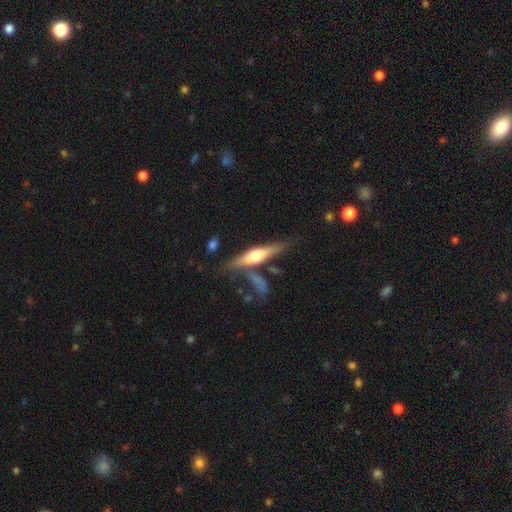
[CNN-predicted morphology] Smooth or featured? featured or disk (60%)
Edge-on disk? yes (93%)
Edge-on bulge? rounded (89%)
Merging? none (64%)